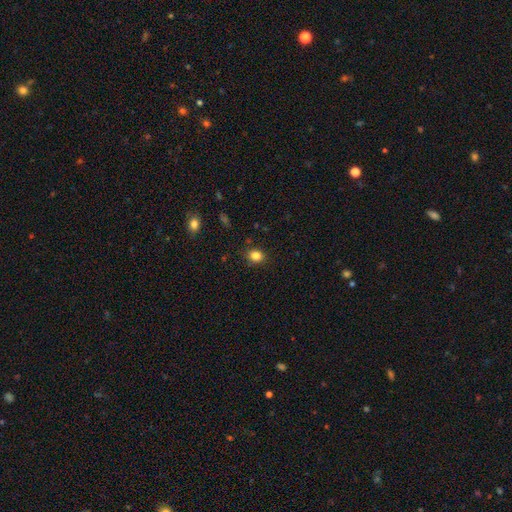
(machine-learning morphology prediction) This is clearly a smooth galaxy (84%). How rounded: likely round (63%). Merging: clearly none (87%).